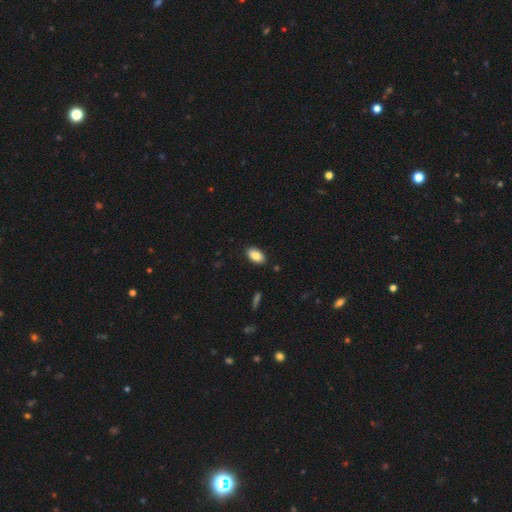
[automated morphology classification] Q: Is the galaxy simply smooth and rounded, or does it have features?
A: smooth — 84%.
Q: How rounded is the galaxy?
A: in between — 92%.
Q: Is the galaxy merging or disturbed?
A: none — 88%.